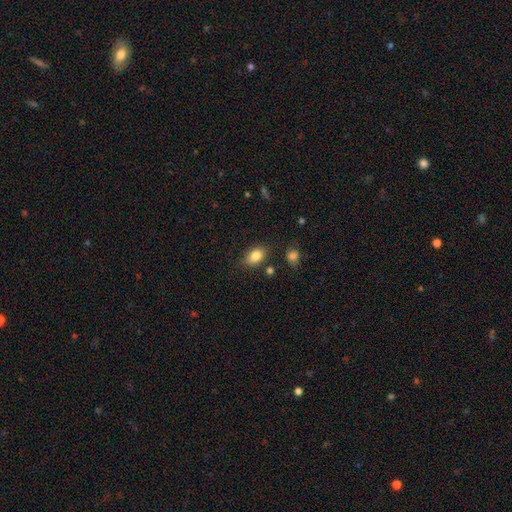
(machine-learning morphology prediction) The model was most divided on "merging": none: 77%, minor disturbance: 15%, merger: 4%, major disturbance: 4%. More confident: smooth or featured — smooth (84%); how rounded — in between (82%).